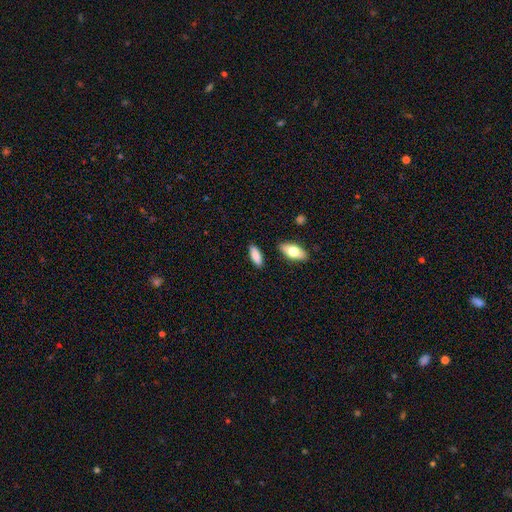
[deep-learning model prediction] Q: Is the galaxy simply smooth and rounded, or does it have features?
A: smooth — 83%.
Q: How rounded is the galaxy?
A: in between — 71%.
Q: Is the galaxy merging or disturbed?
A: none — 84%.